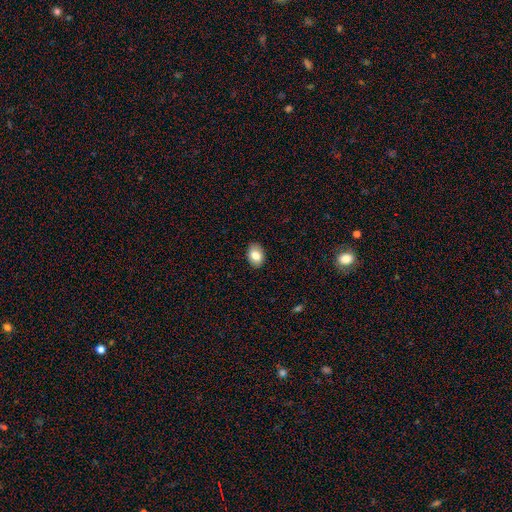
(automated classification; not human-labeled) A smooth galaxy with no disk features (82%) that is in between round and cigar-shaped (78%). Merging: none (88%).